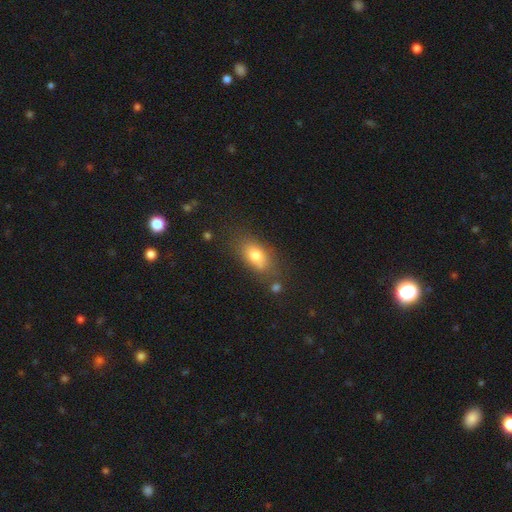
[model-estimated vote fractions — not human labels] Smooth or featured? Predicted: smooth (p=0.77). How rounded? Predicted: in between (p=0.84). Merging? Predicted: none (p=0.70).